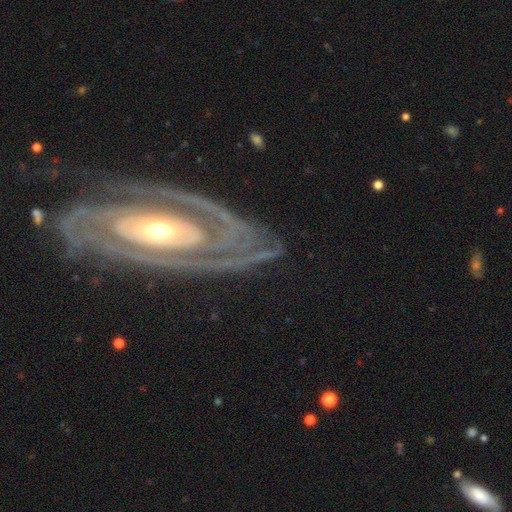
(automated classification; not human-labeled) Smooth or featured: featured or disk — 88% (smooth — 7%)
Edge-on disk: no — 92% (yes — 8%)
Bar: no — 59% (strong — 21%)
Spiral arms: yes — 91% (no — 9%)
Spiral winding: tight — 74% (medium — 21%)
Spiral arm count: 2 — 48% (can't tell — 20%)
Bulge size: moderate — 47% (small — 43%)
Merging: none — 77% (minor disturbance — 13%)